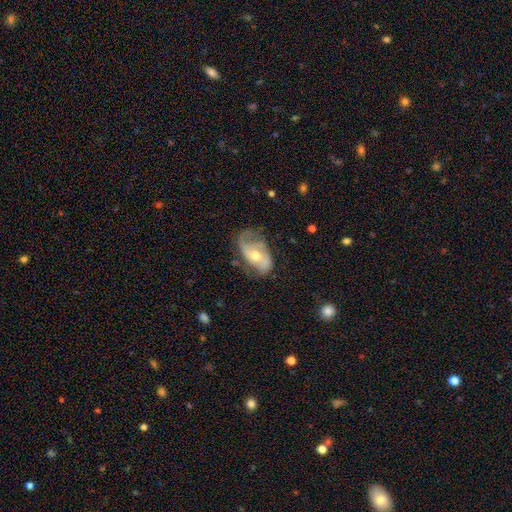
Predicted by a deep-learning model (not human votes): This is likely a featured or disk galaxy (72%). It is clearly not viewed edge-on (95%). Bar: possibly no (52%). Spiral arm pattern: clearly yes (85%). Spiral arm count: likely 2 (65%). Spiral winding: marginally medium (41%). Central bulge: likely moderate (69%). Merging: possibly none (45%).